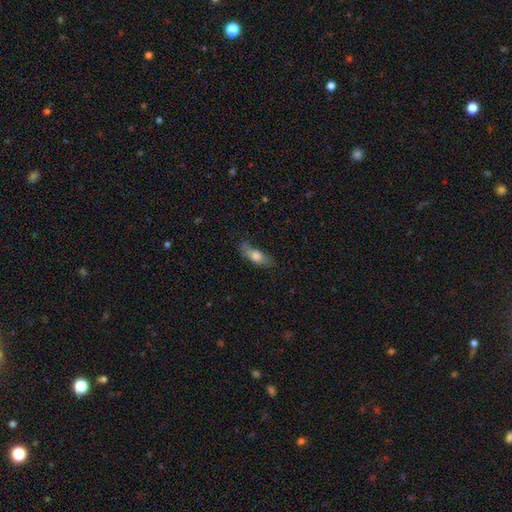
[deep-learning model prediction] Overall: smooth (70%). How rounded: in between (64%; cigar-shaped 32%). Merging: none (56%; minor disturbance 29%).